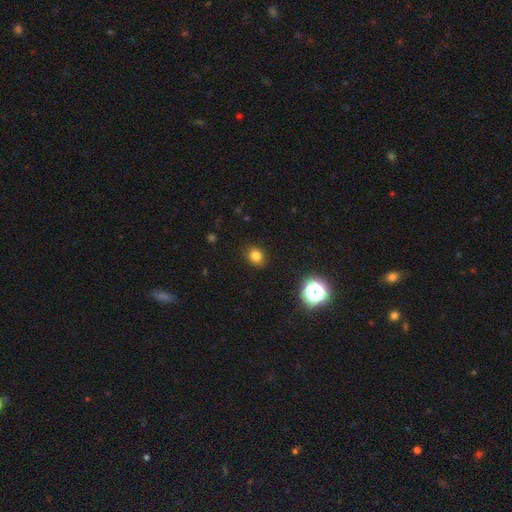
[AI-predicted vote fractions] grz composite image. It shows a smooth galaxy with no disk features (80%) that is round (59%). Merging: none (88%).